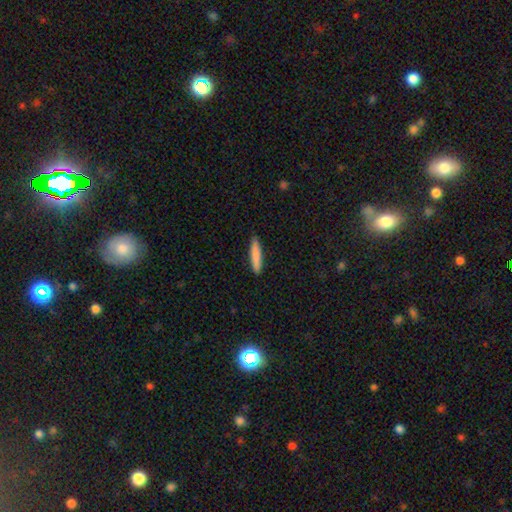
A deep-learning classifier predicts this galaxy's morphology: smooth_or_featured: smooth (p=0.85) [alt: featured or disk p=0.10]
how_rounded: cigar-shaped (p=0.89) [alt: in between p=0.09]
merging: none (p=0.90) [alt: minor disturbance p=0.07]